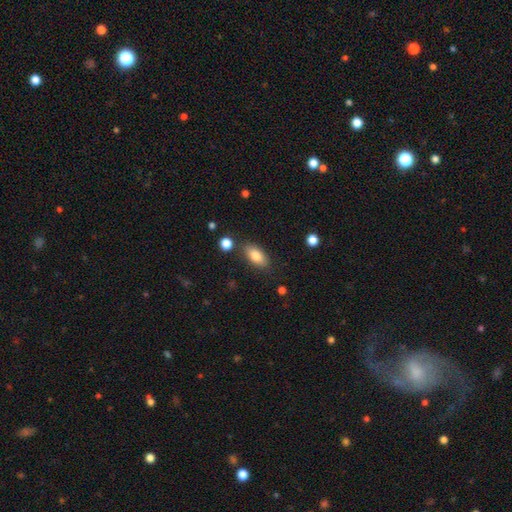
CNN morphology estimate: This is clearly a smooth galaxy (81%). How rounded: clearly in between (87%). Merging: clearly none (82%).